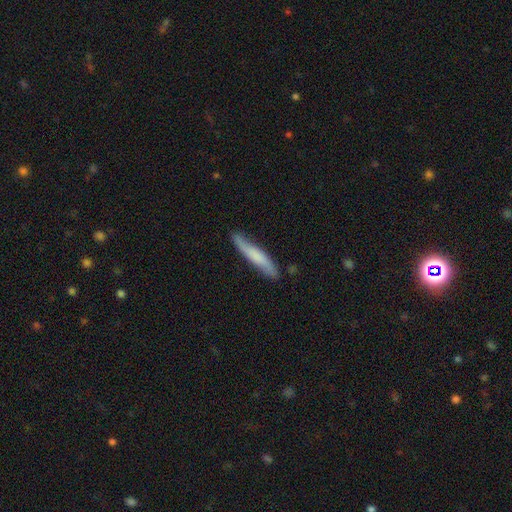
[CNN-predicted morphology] smooth-or-featured: smooth: 55% | featured or disk: 39% | star or artifact: 5%
  how-rounded: cigar-shaped: 92% | in between: 7% | round: 1%
  merging: none: 76% | minor disturbance: 19% | major disturbance: 3% | merger: 2%